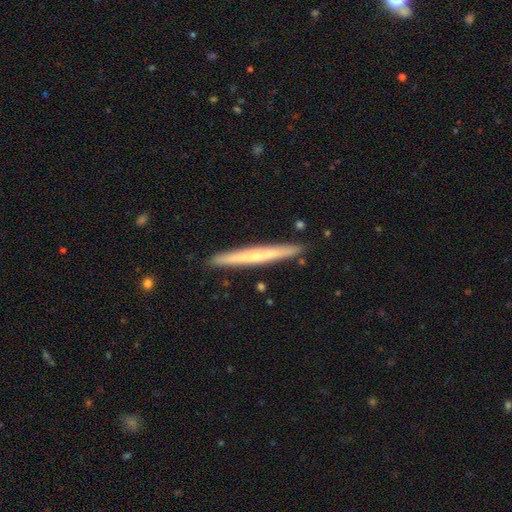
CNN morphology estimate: type=featured or disk (56%); edge-on=yes (96%); edge-on bulge=none (50%); merging=none (91%).